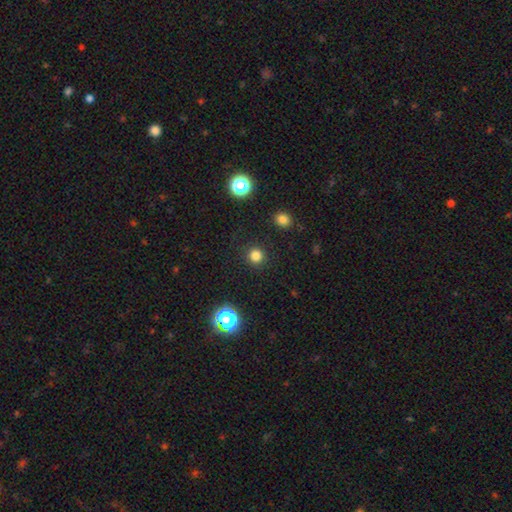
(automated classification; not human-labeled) A smooth galaxy with no disk features (80%) that is round (94%).

Vote fractions:
- Smooth or featured? smooth: 80% / star or artifact: 16% / featured or disk: 4%
- How rounded? round: 94% / in between: 5% / cigar-shaped: 1%
- Merging? none: 91% / minor disturbance: 5% / major disturbance: 2% / merger: 1%